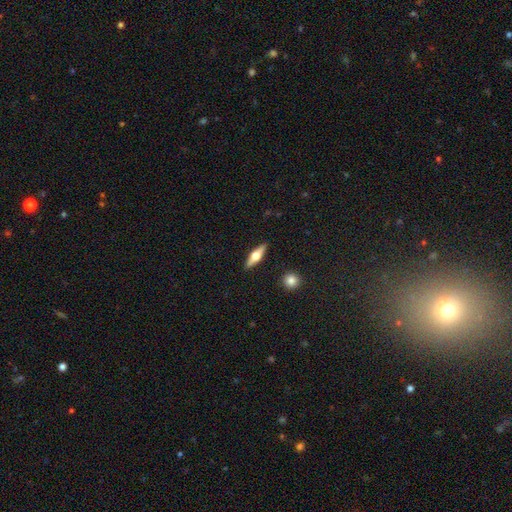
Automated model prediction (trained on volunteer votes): Q: Smooth or featured?
A: featured or disk (57%); runner-up: smooth (37%)
Q: Edge-on disk?
A: yes (94%); runner-up: no (6%)
Q: Edge-on bulge?
A: rounded (95%); runner-up: boxy (3%)
Q: Merging?
A: none (90%); runner-up: minor disturbance (7%)